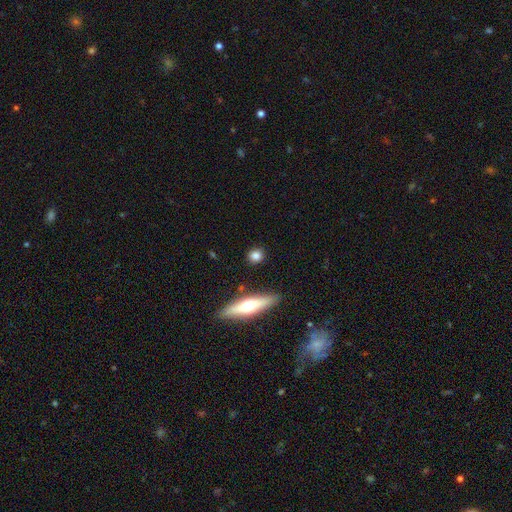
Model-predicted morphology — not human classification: Overall: smooth (79%). How rounded: round (75%). Merging: none (87%).